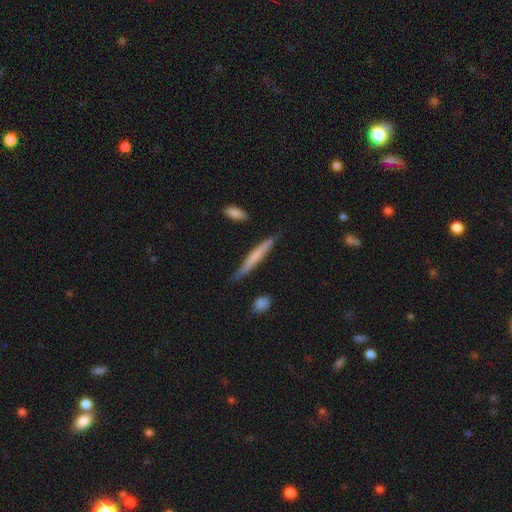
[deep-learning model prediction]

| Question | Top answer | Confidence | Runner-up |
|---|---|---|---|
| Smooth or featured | smooth | 58% | featured or disk (36%) |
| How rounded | cigar-shaped | 95% | in between (3%) |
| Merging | none | 82% | minor disturbance (13%) |